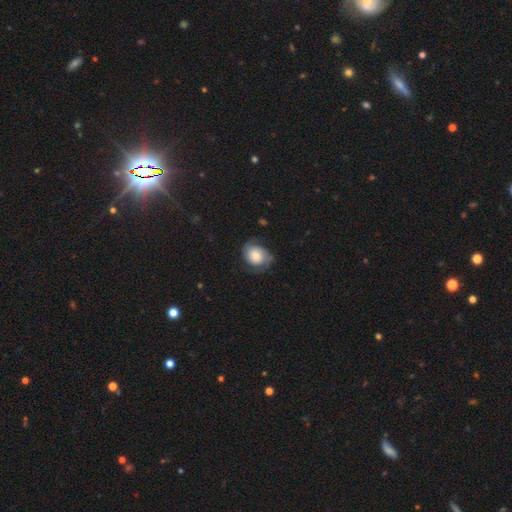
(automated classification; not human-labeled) smooth_or_featured: featured or disk (p=0.49) [alt: smooth p=0.44]
merging: none (p=0.61) [alt: minor disturbance p=0.26]